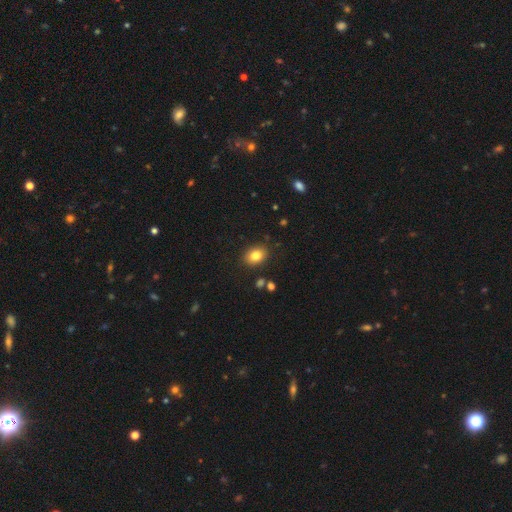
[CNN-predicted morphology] smooth-or-featured: smooth: 82% | star or artifact: 10% | featured or disk: 8%
  how-rounded: in between: 65% | round: 34% | cigar-shaped: 1%
  merging: none: 86% | minor disturbance: 9% | major disturbance: 3% | merger: 2%